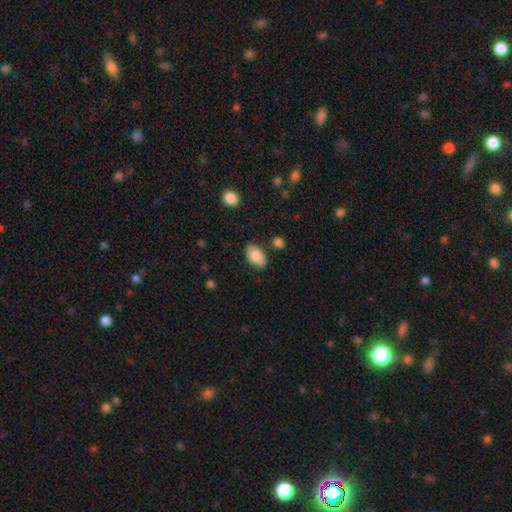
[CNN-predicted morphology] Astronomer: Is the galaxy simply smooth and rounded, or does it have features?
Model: smooth — 83%.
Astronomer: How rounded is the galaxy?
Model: in between — 91%.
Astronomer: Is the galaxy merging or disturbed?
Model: none — 79%.